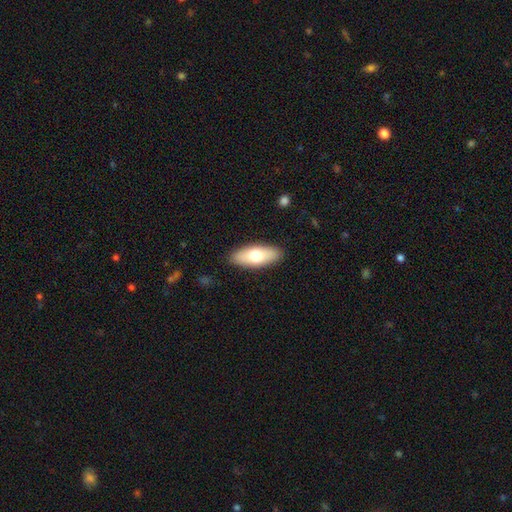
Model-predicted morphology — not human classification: This is likely a smooth galaxy (69%). How rounded: likely in between (80%). Merging: clearly none (88%).